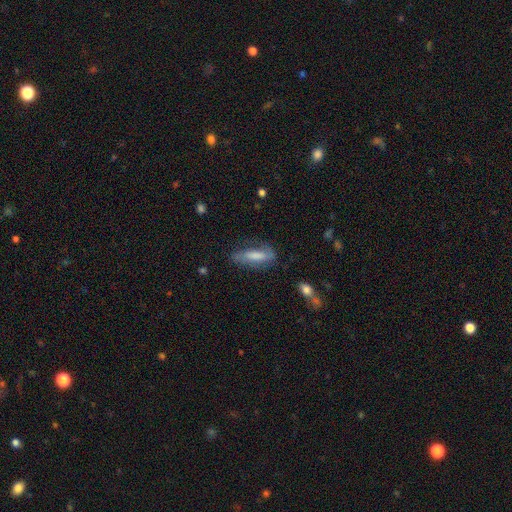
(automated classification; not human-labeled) Smooth or featured? smooth (62%)
How rounded? in between (49%, tied with cigar-shaped)
Merging? none (64%)